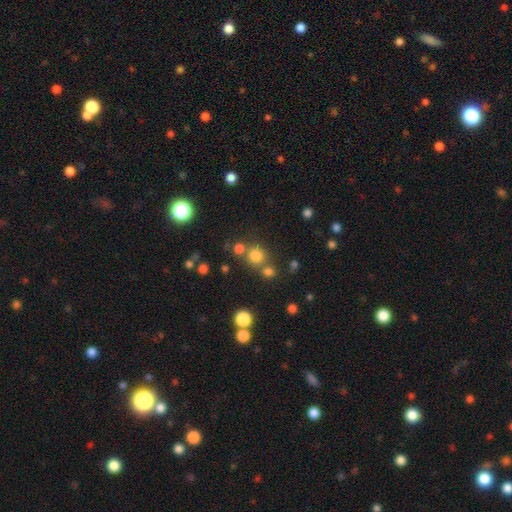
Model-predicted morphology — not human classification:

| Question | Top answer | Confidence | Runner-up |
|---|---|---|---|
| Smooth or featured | smooth | 75% | star or artifact (18%) |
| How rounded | round | 89% | in between (10%) |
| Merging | none | 67% | merger (21%) |